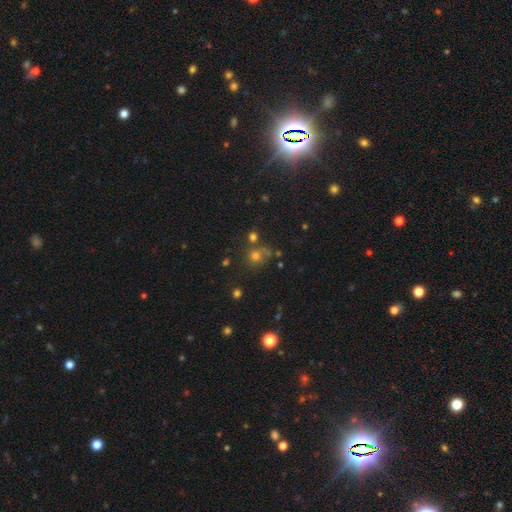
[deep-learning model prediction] The model was most divided on "smooth or featured": smooth: 63%, star or artifact: 28%, featured or disk: 9%. More confident: how rounded — round (89%); merging — none (67%).